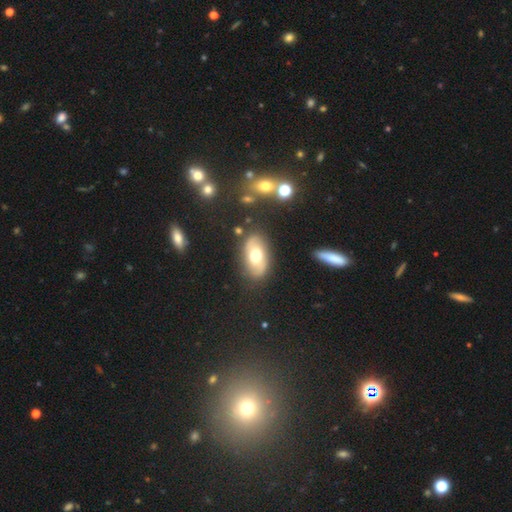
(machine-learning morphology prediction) This appears to be a smooth galaxy with no disk features (55%) that is in between round and cigar-shaped (90%). Merging: none (80%).